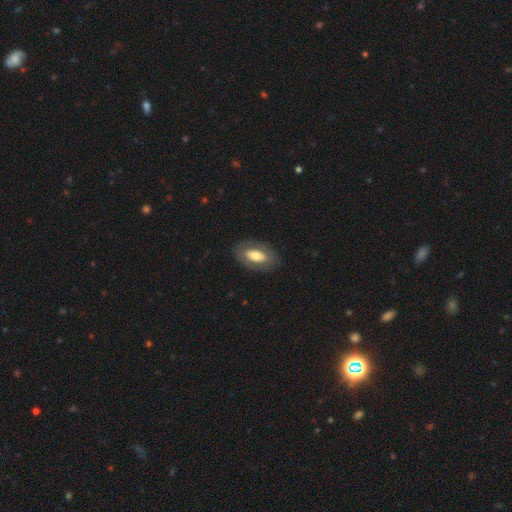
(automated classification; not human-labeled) A smooth galaxy with no disk features (56%) that is in between round and cigar-shaped (91%).

Vote fractions:
- Smooth or featured? smooth: 56% / featured or disk: 38% / star or artifact: 6%
- How rounded? in between: 91% / round: 6% / cigar-shaped: 3%
- Merging? none: 82% / minor disturbance: 12% / major disturbance: 5% / merger: 1%